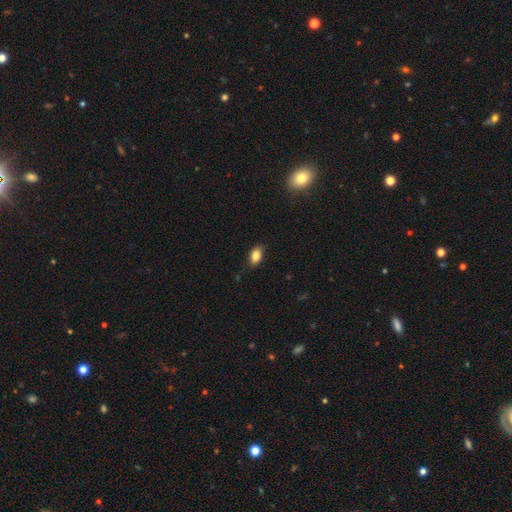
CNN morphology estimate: A smooth galaxy with no disk features (85%) that is in between round and cigar-shaped (89%).

Vote fractions:
- Smooth or featured? smooth: 85% / star or artifact: 8% / featured or disk: 6%
- How rounded? in between: 89% / round: 8% / cigar-shaped: 2%
- Merging? none: 82% / minor disturbance: 14% / major disturbance: 3% / merger: 1%